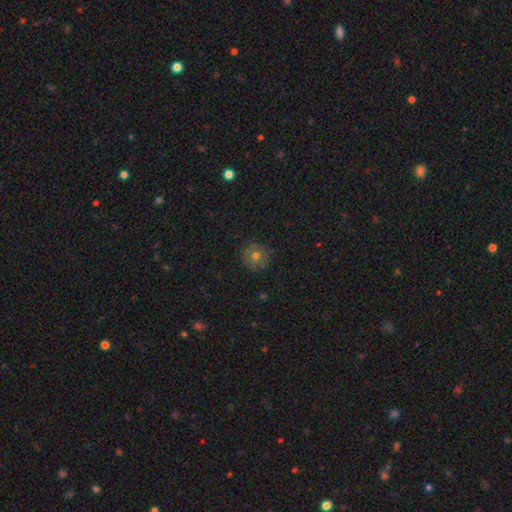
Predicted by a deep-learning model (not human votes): Overall: smooth (65%). How rounded: round (93%). Merging: none (86%).